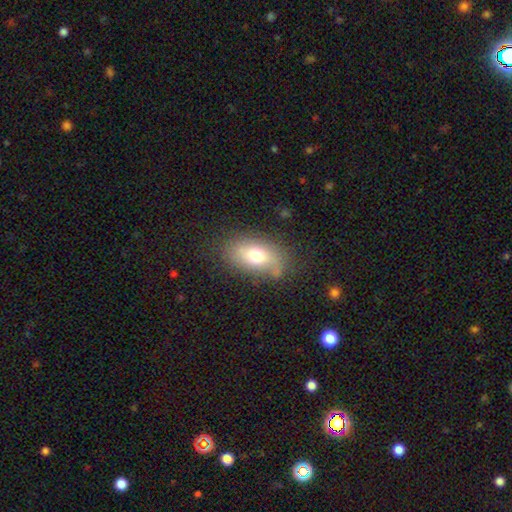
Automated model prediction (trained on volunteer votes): smooth 68%, featured or disk 22%, star or artifact 10%. Down the decision tree: how rounded — in between (86%); merging — none (69%).